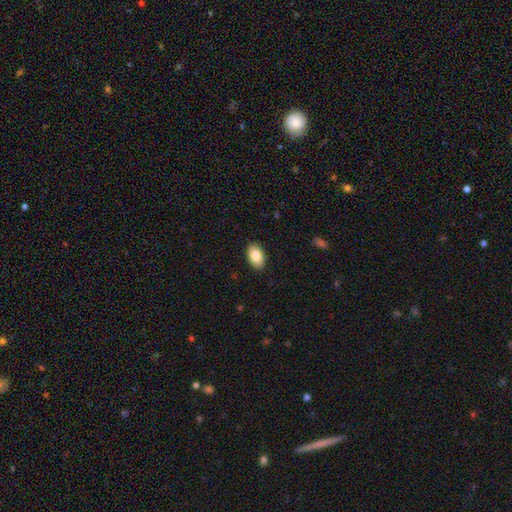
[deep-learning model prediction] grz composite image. It shows a smooth galaxy with no disk features (84%) that is in between round and cigar-shaped (92%). Merging: none (89%).